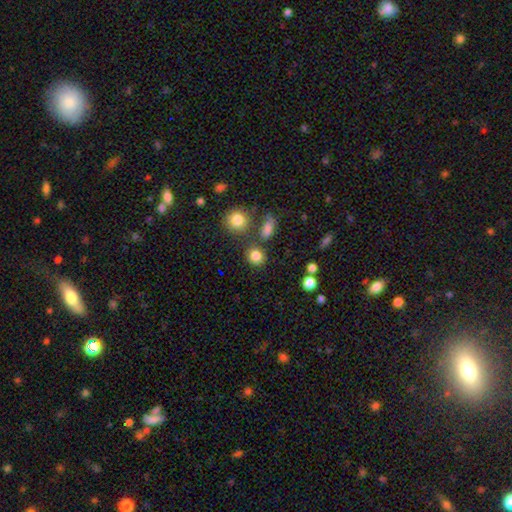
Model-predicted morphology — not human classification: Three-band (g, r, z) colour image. It shows a smooth galaxy with no disk features (83%) that is round (82%). Merging: none (75%).